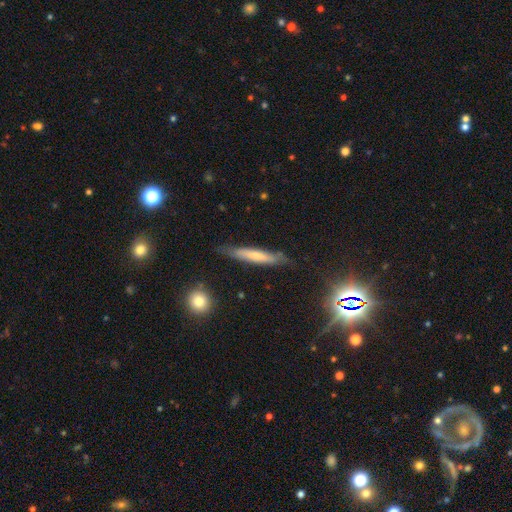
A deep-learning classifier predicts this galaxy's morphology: Smooth or featured?
  - smooth: 53% *
  - featured or disk: 40%
  - star or artifact: 6%
How rounded?
  - cigar-shaped: 90% *
  - in between: 9%
  - round: 2%
Merging?
  - none: 76% *
  - minor disturbance: 19%
  - major disturbance: 4%
  - merger: 2%